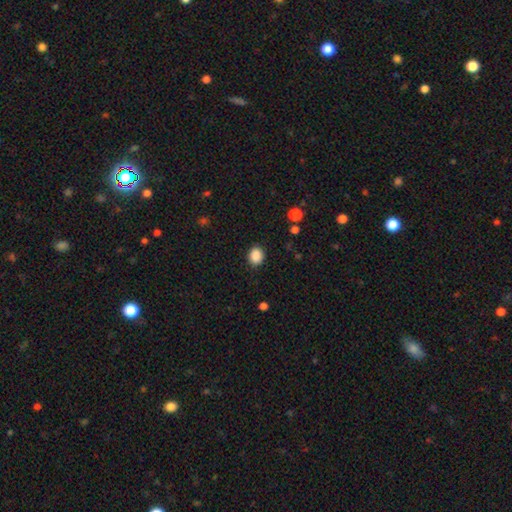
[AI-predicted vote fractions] This is clearly a smooth galaxy (88%). How rounded: possibly round (55%). Merging: clearly none (87%).